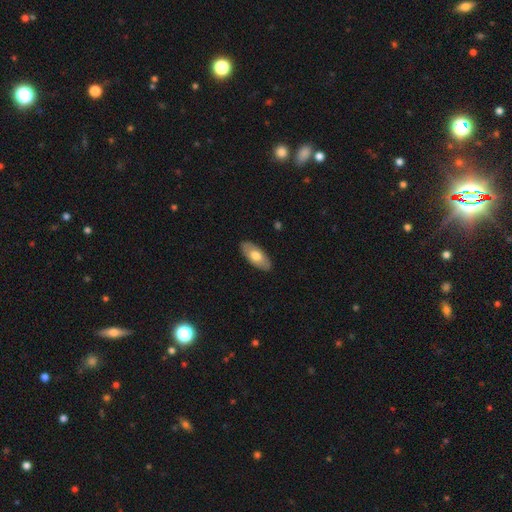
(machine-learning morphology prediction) Smooth or featured?
  - smooth: 68% *
  - featured or disk: 27%
  - star or artifact: 5%
How rounded?
  - in between: 91% *
  - cigar-shaped: 7%
  - round: 2%
Merging?
  - none: 88% *
  - minor disturbance: 9%
  - major disturbance: 2%
  - merger: 1%